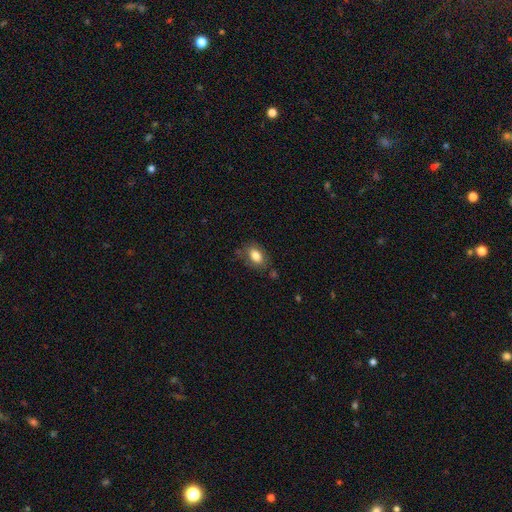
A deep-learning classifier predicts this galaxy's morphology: Overall: smooth (81%). How rounded: in between (85%). Merging: none (70%).